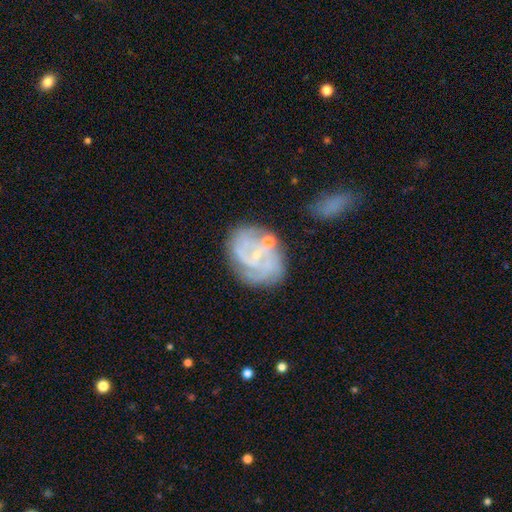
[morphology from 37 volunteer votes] type=featured or disk (89%); edge-on=no (97%); bar=no (59%); spiral arms=yes (100%); winding=tight (62%); arm count=2 (31%); bulge=small (88%); merging=none (69%).